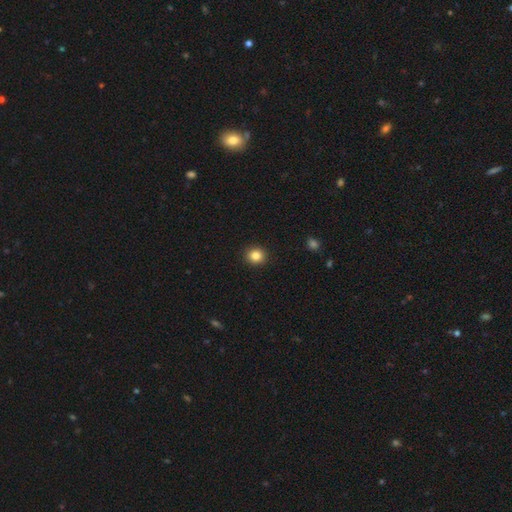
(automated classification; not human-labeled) Smooth or featured? smooth (84%)
How rounded? round (86%)
Merging? none (93%)